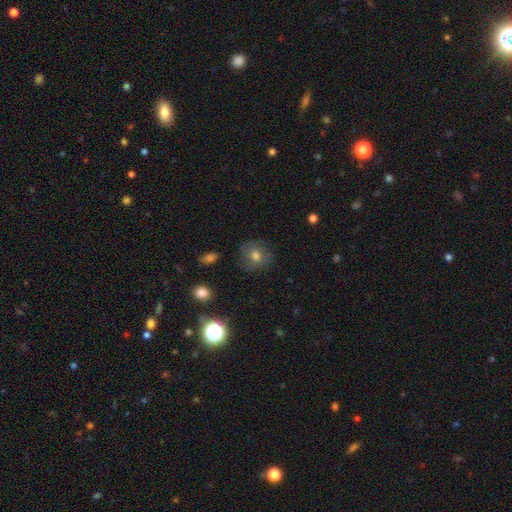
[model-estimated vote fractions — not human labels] This appears to be a smooth galaxy with no disk features (61%) that is round (85%). Merging: none (79%).